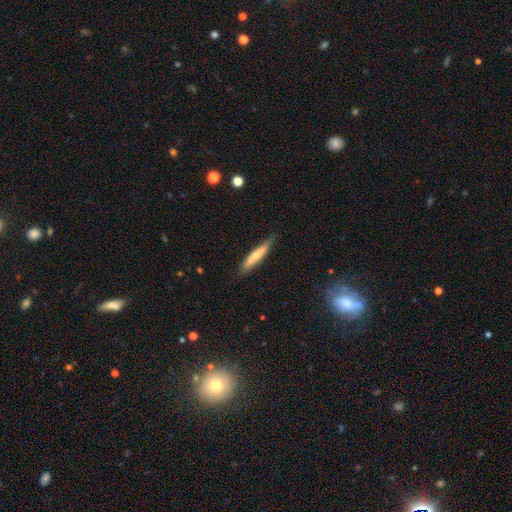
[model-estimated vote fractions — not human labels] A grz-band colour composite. It shows a smooth galaxy with no disk features (70%) that is cigar-shaped (90%). Merging: none (82%).